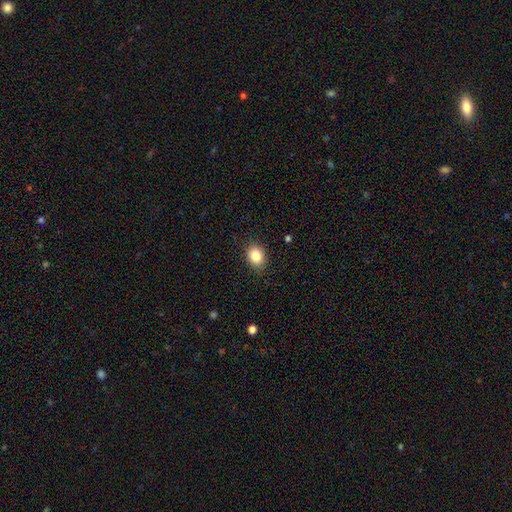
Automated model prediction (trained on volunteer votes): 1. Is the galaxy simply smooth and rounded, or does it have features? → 85% smooth, 9% star or artifact, 6% featured or disk.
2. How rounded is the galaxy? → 57% in between, 42% round, 1% cigar-shaped.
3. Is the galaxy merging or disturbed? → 87% none, 10% minor disturbance, 3% major disturbance, 1% merger.